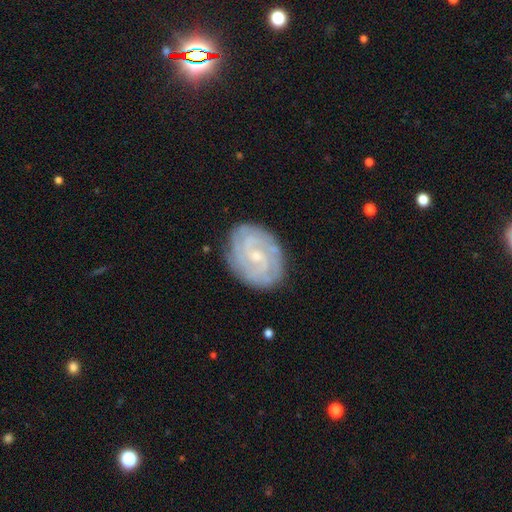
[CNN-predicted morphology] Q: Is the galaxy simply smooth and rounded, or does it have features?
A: featured or disk — 83%.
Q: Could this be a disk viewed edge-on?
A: no — 97%.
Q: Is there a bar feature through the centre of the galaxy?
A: no — 55%.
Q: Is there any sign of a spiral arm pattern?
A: yes — 96%.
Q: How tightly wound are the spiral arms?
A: tight — 73%.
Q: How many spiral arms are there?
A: can't tell — 30%.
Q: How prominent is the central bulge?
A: small — 69%.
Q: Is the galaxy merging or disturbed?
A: none — 82%.